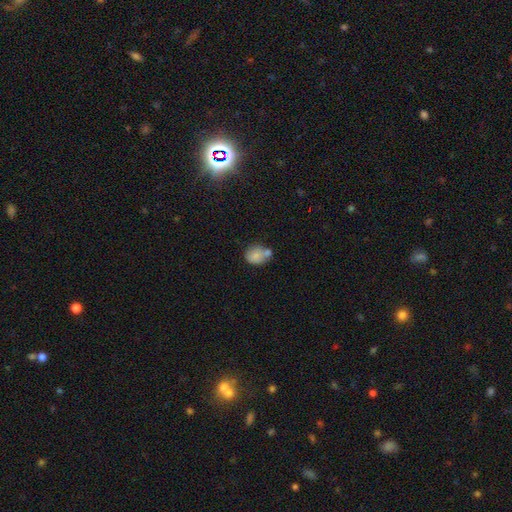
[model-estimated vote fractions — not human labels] Smooth or featured? Predicted: smooth (p=0.78). How rounded? Predicted: round (p=0.55). Merging? Predicted: none (p=0.42).